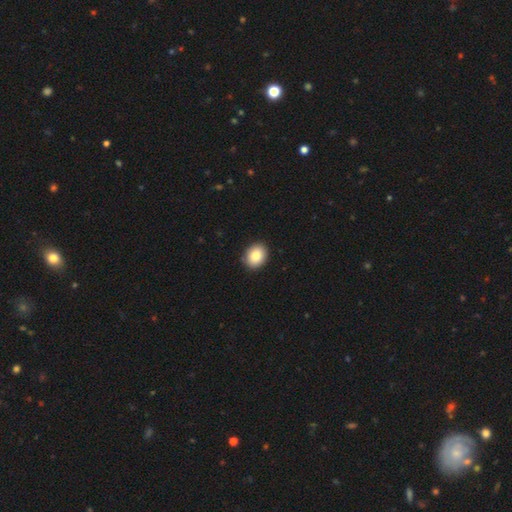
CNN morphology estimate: A smooth galaxy with no disk features (86%) that is in between round and cigar-shaped (58%). Merging: none (90%).